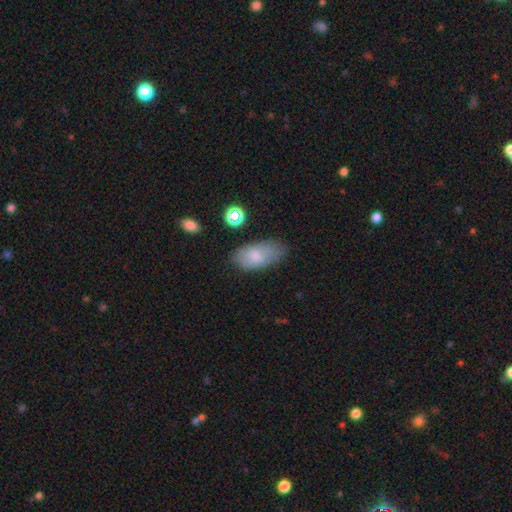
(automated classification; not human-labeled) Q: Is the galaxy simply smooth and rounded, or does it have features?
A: smooth — 75%.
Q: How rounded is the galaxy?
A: in between — 92%.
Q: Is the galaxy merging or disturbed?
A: none — 70%.